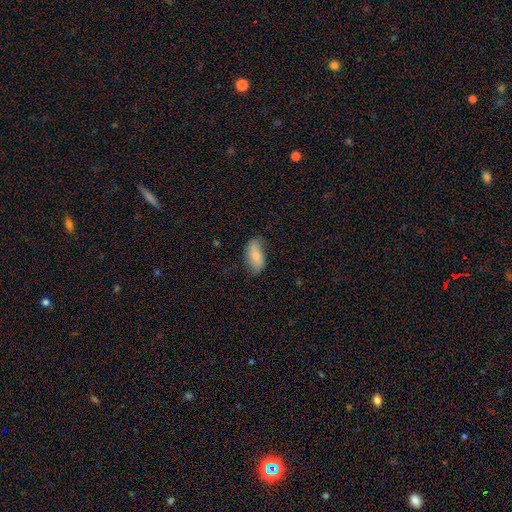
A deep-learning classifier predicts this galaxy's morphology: Smooth or featured: smooth — 67% (featured or disk — 26%)
How rounded: in between — 92% (cigar-shaped — 4%)
Merging: none — 68% (minor disturbance — 25%)